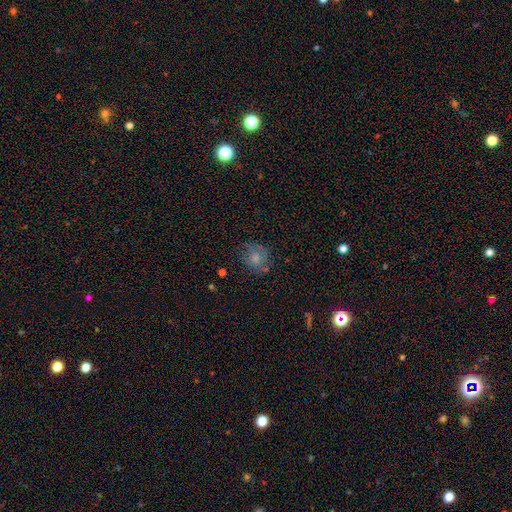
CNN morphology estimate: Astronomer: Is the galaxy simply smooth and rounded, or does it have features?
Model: smooth — 55%.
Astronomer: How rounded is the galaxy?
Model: round — 79%.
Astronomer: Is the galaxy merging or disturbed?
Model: none — 68%.